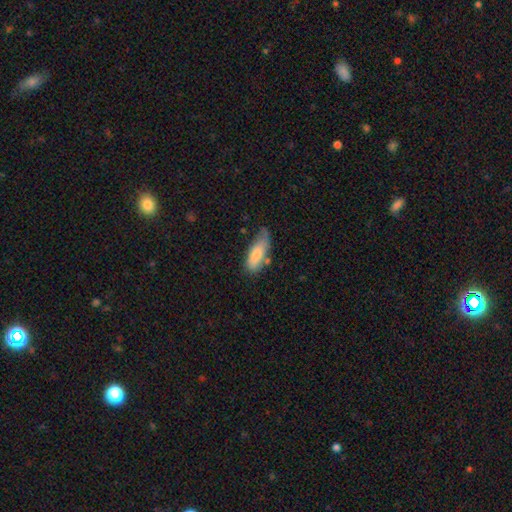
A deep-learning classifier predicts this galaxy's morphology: smooth-or-featured: smooth: 76% | featured or disk: 18% | star or artifact: 6%
  how-rounded: in between: 68% | cigar-shaped: 30% | round: 2%
  merging: none: 50% | minor disturbance: 34% | major disturbance: 9% | merger: 7%